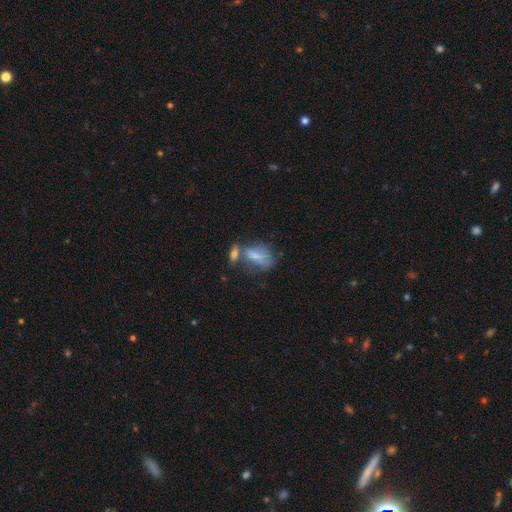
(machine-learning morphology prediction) Smooth or featured? smooth (67%)
How rounded? in between (82%)
Merging? merger (34%)